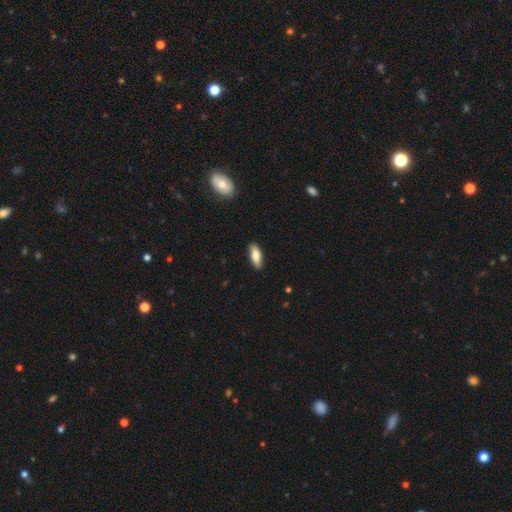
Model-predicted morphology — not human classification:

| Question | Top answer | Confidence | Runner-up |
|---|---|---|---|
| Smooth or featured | smooth | 79% | featured or disk (15%) |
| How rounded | in between | 73% | cigar-shaped (25%) |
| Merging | none | 88% | minor disturbance (9%) |